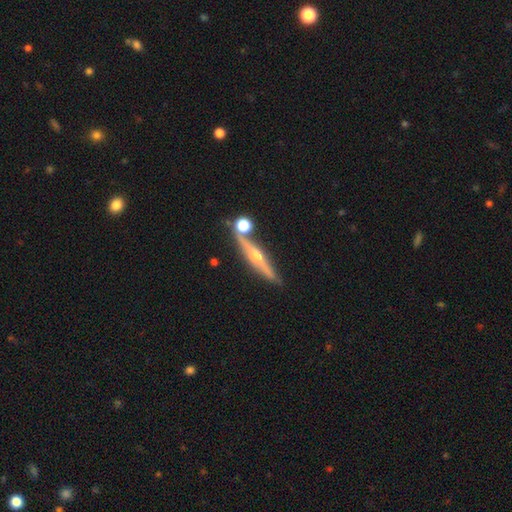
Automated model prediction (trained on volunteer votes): A featured or disk galaxy (75%) viewed edge-on (95%) with a rounded central bulge (91%). Merging: none (74%).